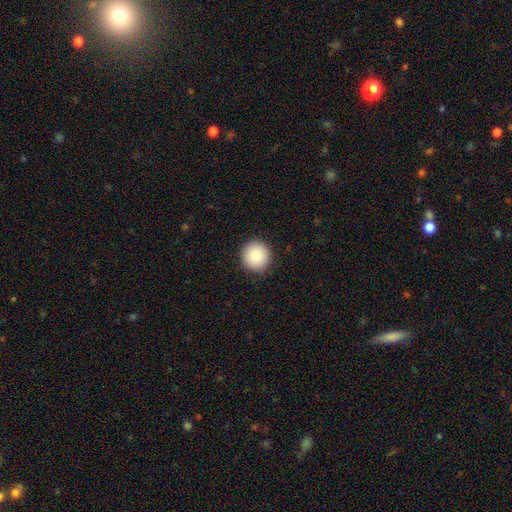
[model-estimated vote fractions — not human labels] This is clearly a smooth galaxy (86%). How rounded: clearly round (95%). Merging: clearly none (91%).